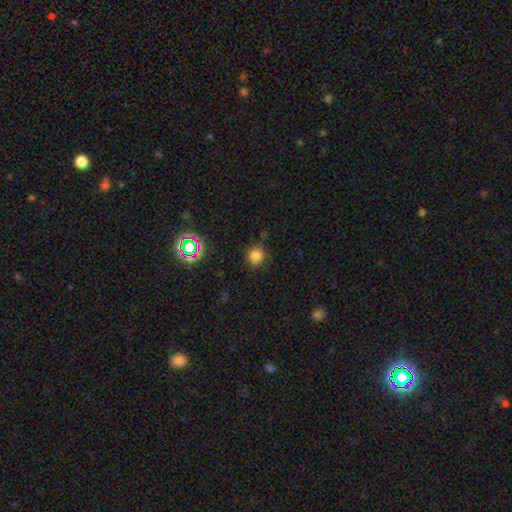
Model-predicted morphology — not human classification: smooth-or-featured: smooth: 77% | star or artifact: 17% | featured or disk: 6%
  how-rounded: round: 91% | in between: 8% | cigar-shaped: 1%
  merging: none: 77% | minor disturbance: 16% | major disturbance: 4% | merger: 3%